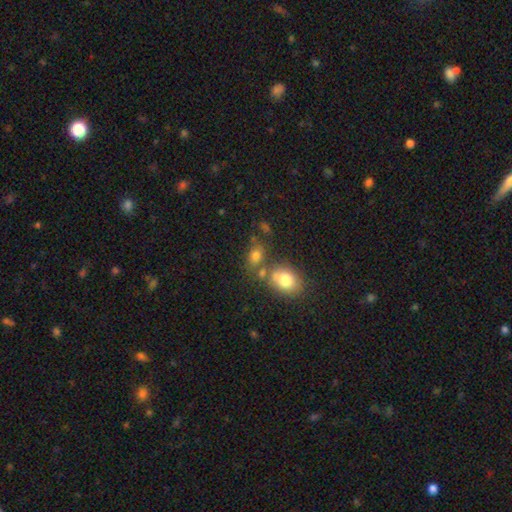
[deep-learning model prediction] Smooth or featured? Predicted: smooth (p=0.74). How rounded? Predicted: in between (p=0.71). Merging? Predicted: none (p=0.52).